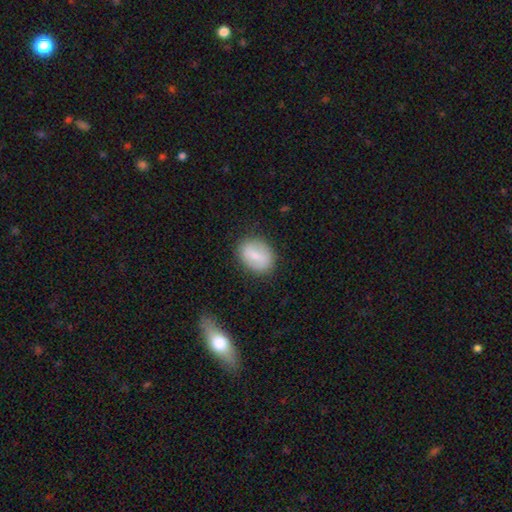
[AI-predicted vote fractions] Smooth or featured?
  - smooth: 72% *
  - featured or disk: 21%
  - star or artifact: 7%
How rounded?
  - in between: 71% *
  - round: 27%
  - cigar-shaped: 2%
Merging?
  - none: 82% *
  - minor disturbance: 13%
  - major disturbance: 4%
  - merger: 2%